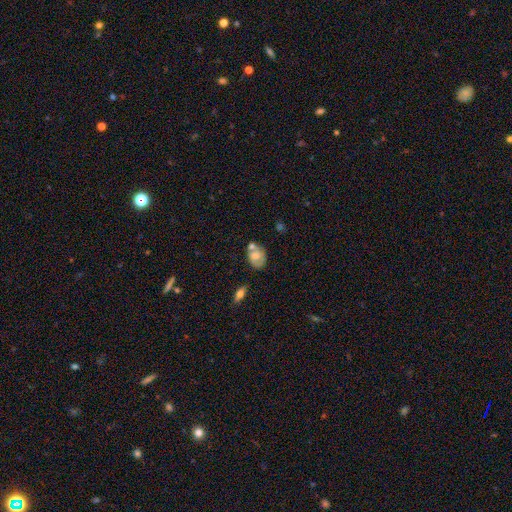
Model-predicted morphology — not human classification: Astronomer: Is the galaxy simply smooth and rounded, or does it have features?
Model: smooth — 58% (runner-up: featured or disk, 34%).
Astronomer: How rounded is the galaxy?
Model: in between — 70%.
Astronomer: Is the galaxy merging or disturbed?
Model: none — 49%.